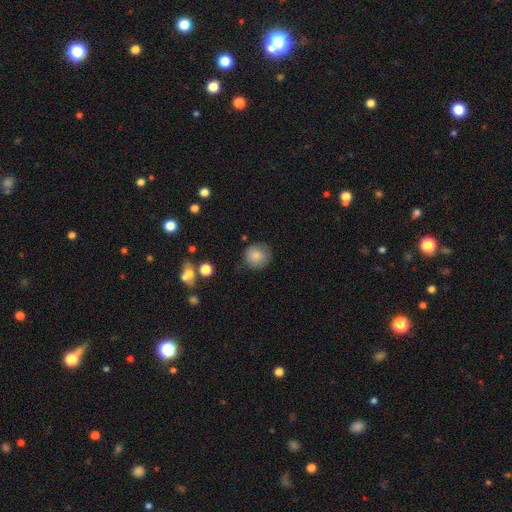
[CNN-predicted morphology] type=smooth (83%); roundness=round (90%); merging=none (78%).